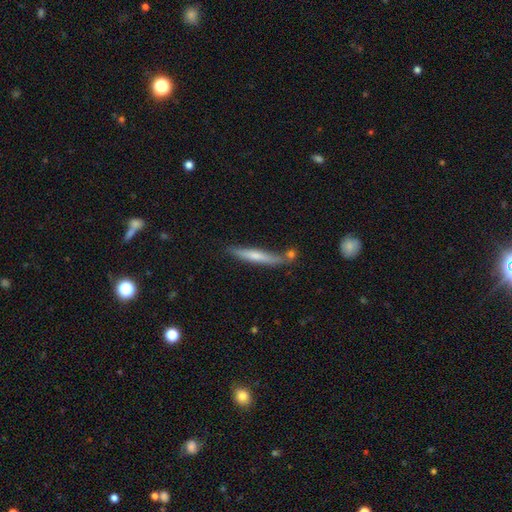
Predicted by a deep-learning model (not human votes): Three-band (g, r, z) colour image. It shows a smooth galaxy with no disk features (54%) that is cigar-shaped (93%). Merging: none (68%).